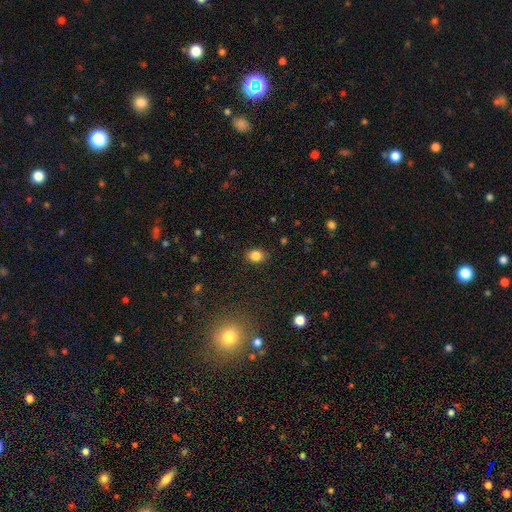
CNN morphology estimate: A smooth galaxy with no disk features (84%) that is in between round and cigar-shaped (58%). Merging: none (87%).